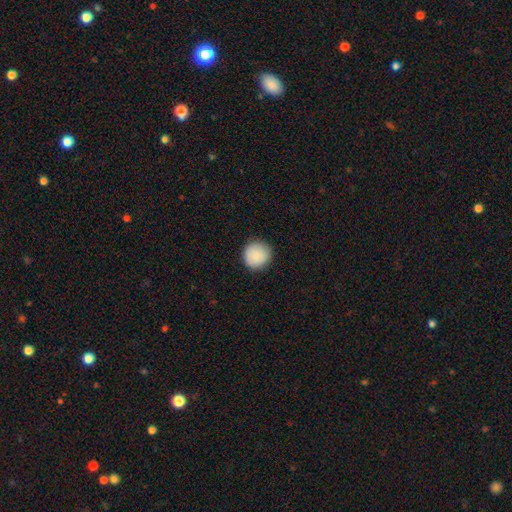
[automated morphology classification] Smooth or featured? Predicted: smooth (p=0.88). How rounded? Predicted: round (p=0.93). Merging? Predicted: none (p=0.89).